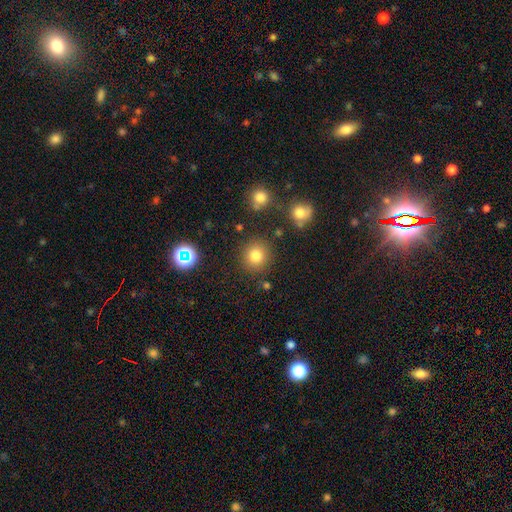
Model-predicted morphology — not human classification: This is likely a smooth galaxy (80%). How rounded: clearly round (91%). Merging: clearly none (86%).